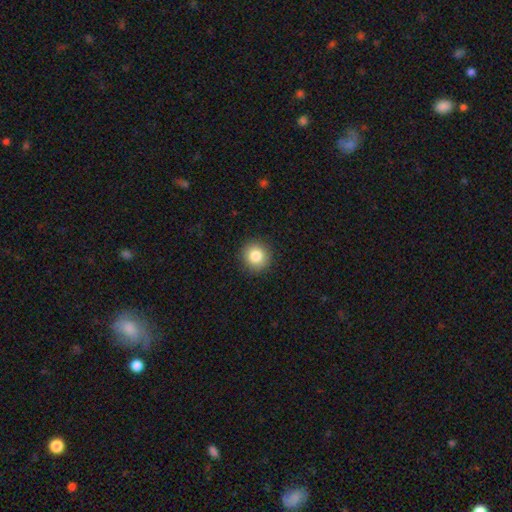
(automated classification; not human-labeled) Morphology: type=smooth (83%); roundness=round (90%); merging=none (91%).